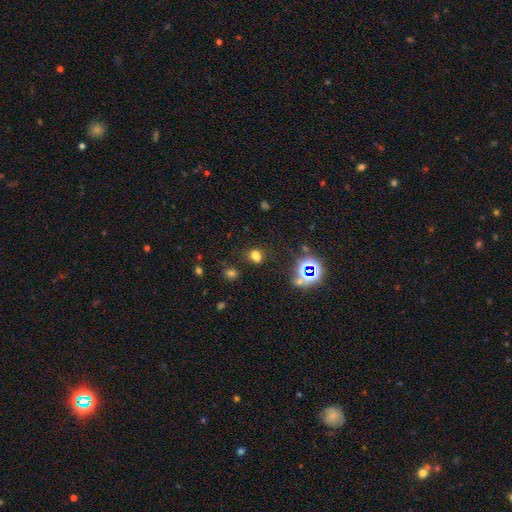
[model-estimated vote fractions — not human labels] Q: Smooth or featured?
A: smooth (63%); runner-up: star or artifact (29%)
Q: How rounded?
A: in between (63%); runner-up: round (35%)
Q: Merging?
A: none (70%); runner-up: minor disturbance (13%)